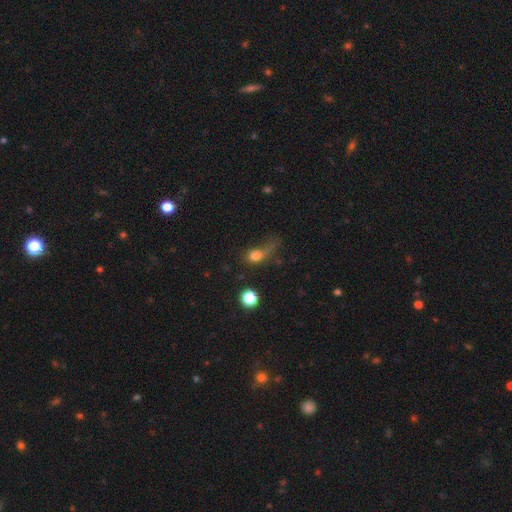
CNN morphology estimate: smooth_or_featured: smooth (p=0.72) [alt: featured or disk p=0.15]
how_rounded: round (p=0.54) [alt: in between p=0.40]
merging: major disturbance (p=0.47) [alt: none p=0.24]